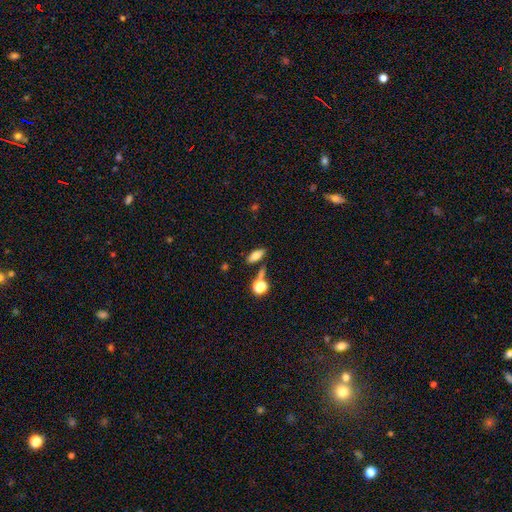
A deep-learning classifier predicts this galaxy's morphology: Smooth or featured? smooth (76%)
How rounded? in between (80%)
Merging? none (70%)